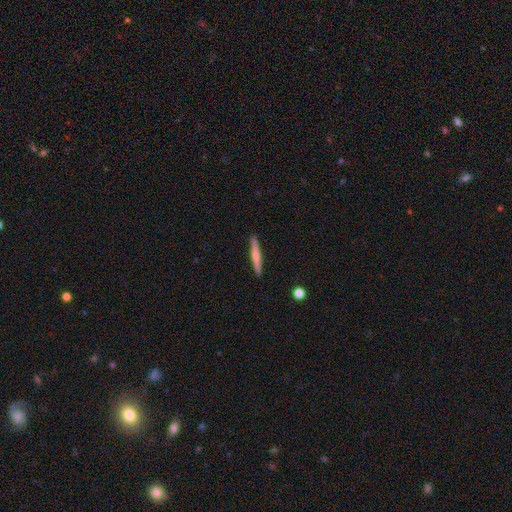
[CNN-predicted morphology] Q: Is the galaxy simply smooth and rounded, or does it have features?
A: smooth — 57%.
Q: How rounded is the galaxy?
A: cigar-shaped — 95%.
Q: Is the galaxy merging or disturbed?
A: none — 91%.